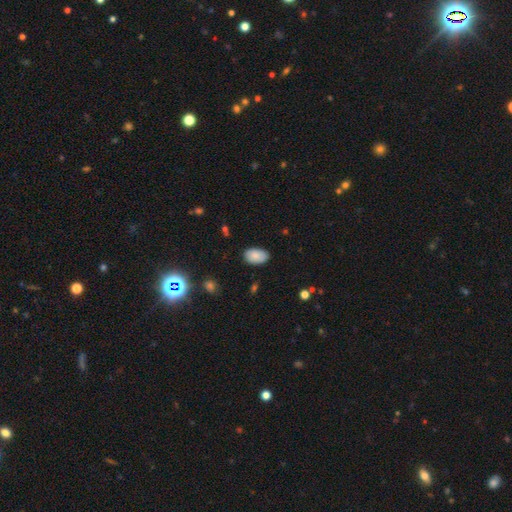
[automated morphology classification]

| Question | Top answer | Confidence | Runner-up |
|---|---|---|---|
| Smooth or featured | smooth | 84% | star or artifact (8%) |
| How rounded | in between | 92% | round (6%) |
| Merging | none | 83% | minor disturbance (14%) |